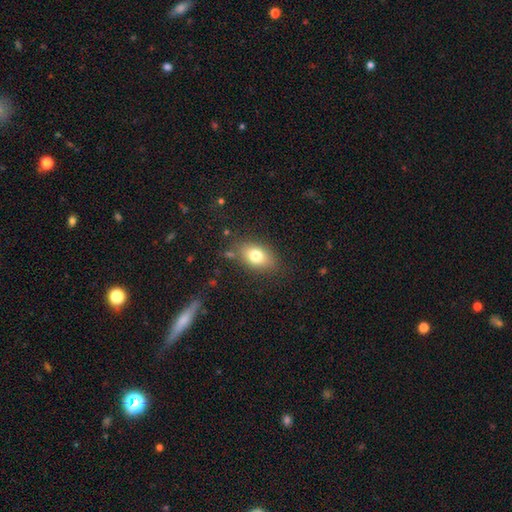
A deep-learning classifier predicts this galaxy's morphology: Overall: smooth (77%). How rounded: in between (82%). Merging: none (79%).